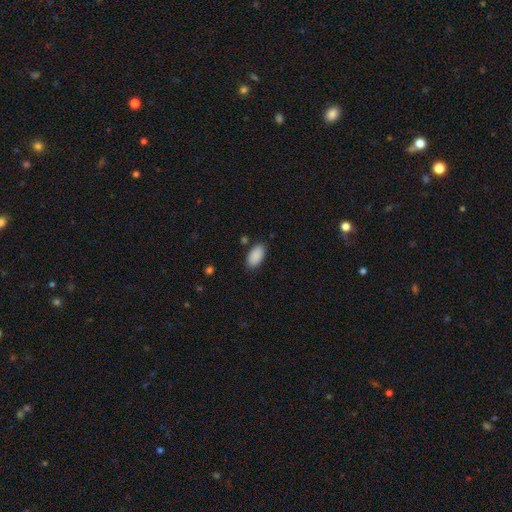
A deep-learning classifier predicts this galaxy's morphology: The model was most divided on "merging": none: 84%, minor disturbance: 11%, major disturbance: 3%, merger: 2%. More confident: how rounded — in between (94%); smooth or featured — smooth (90%).